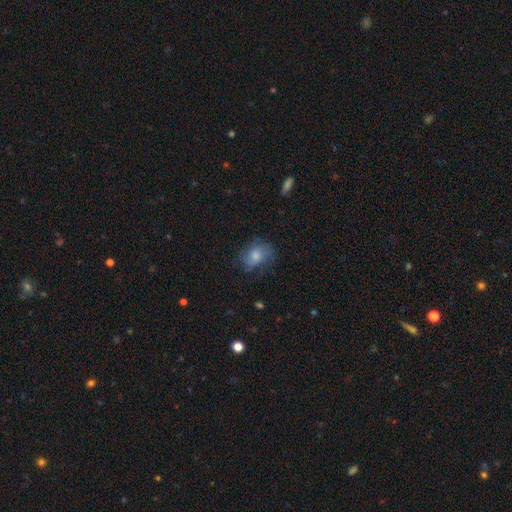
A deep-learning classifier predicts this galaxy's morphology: A smooth galaxy with no disk features (53%) that is in between round and cigar-shaped (59%).

Vote fractions:
- Smooth or featured? smooth: 53% / featured or disk: 37% / star or artifact: 10%
- How rounded? in between: 59% / round: 40% / cigar-shaped: 1%
- Merging? none: 60% / minor disturbance: 24% / major disturbance: 14% / merger: 1%